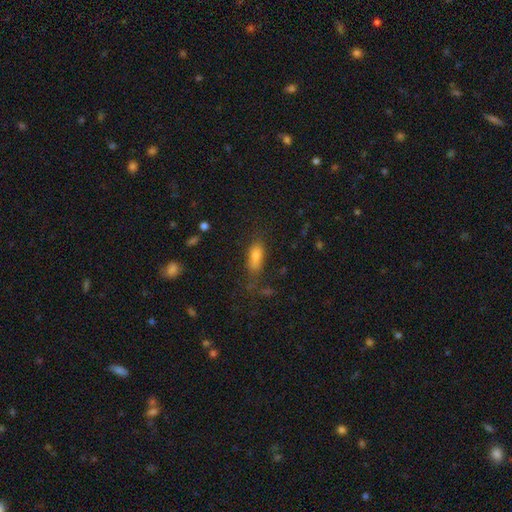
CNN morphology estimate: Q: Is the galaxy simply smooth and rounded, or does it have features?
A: smooth — 76%.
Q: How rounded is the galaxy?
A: in between — 69%.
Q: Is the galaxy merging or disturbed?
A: none — 58%.